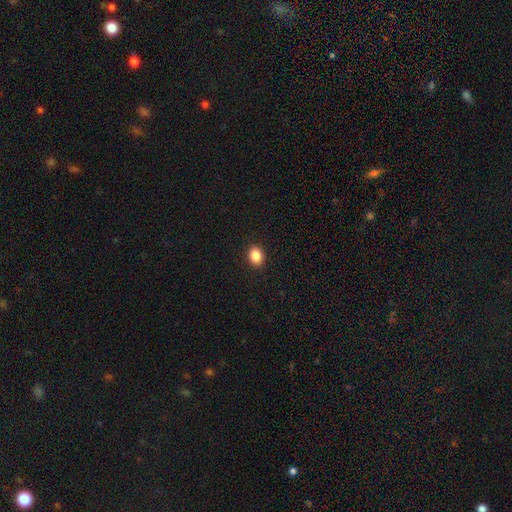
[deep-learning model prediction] Smooth or featured: smooth — 88% (star or artifact — 8%)
How rounded: in between — 69% (round — 30%)
Merging: none — 91% (minor disturbance — 6%)